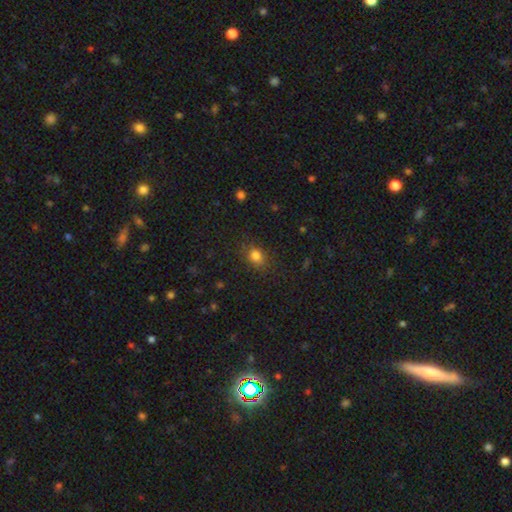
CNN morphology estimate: type=smooth (81%); roundness=round (53%); merging=none (83%).